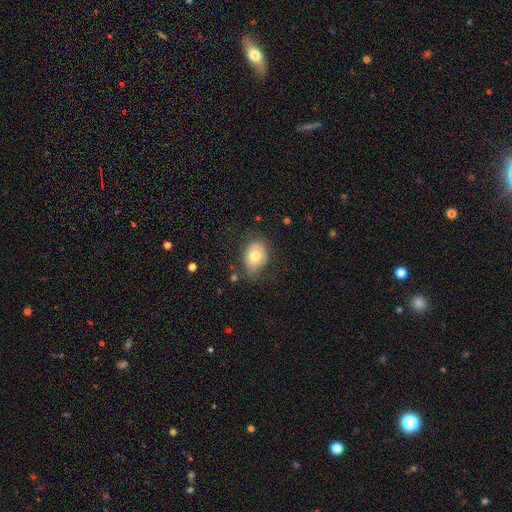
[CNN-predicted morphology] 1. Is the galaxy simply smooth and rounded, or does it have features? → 70% smooth, 22% featured or disk, 8% star or artifact.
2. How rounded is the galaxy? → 62% in between, 37% round, 1% cigar-shaped.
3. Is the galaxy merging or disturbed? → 55% none, 30% minor disturbance, 12% major disturbance, 2% merger.